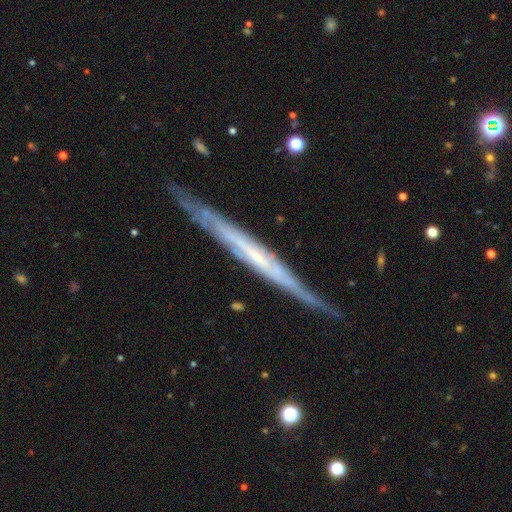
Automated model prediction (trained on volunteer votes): A featured or disk galaxy (77%) viewed edge-on (92%) with no central bulge (73%).

Vote fractions:
- Smooth or featured? featured or disk: 77% / smooth: 17% / star or artifact: 6%
- Edge-on disk? yes: 92% / no: 8%
- Edge-on bulge? none: 73% / rounded: 19% / boxy: 8%
- Merging? none: 81% / minor disturbance: 15% / major disturbance: 3% / merger: 2%